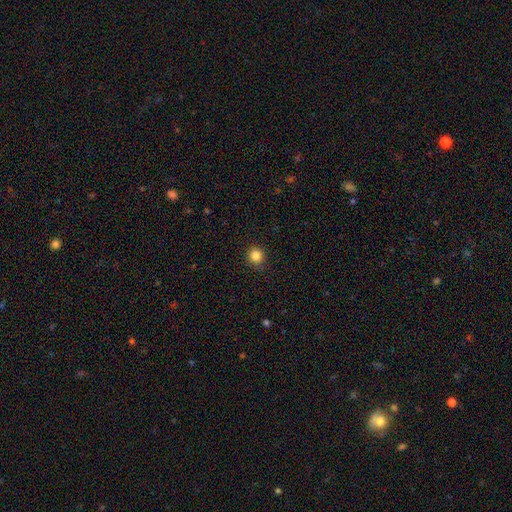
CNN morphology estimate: This is clearly a smooth galaxy (84%). How rounded: clearly round (93%). Merging: clearly none (89%).